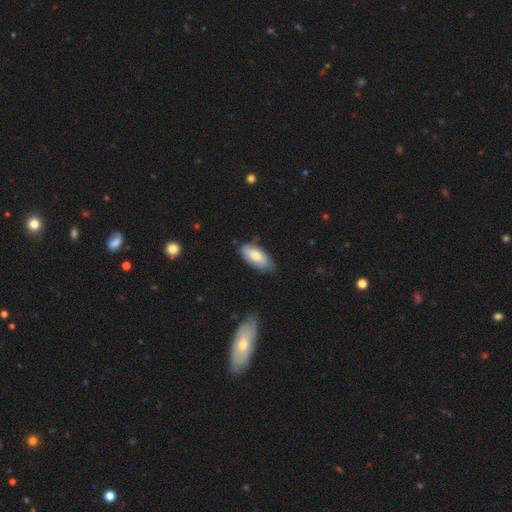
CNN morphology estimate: Overall: smooth (77%). How rounded: in between (89%). Merging: none (71%).